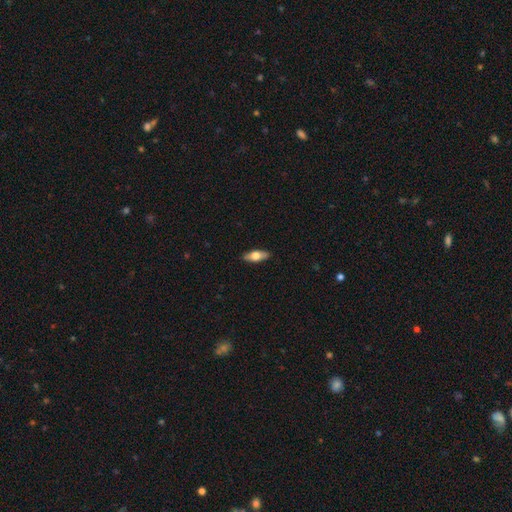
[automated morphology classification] Overall: smooth (59%; featured or disk 35%). How rounded: in between (74%). Merging: none (89%).